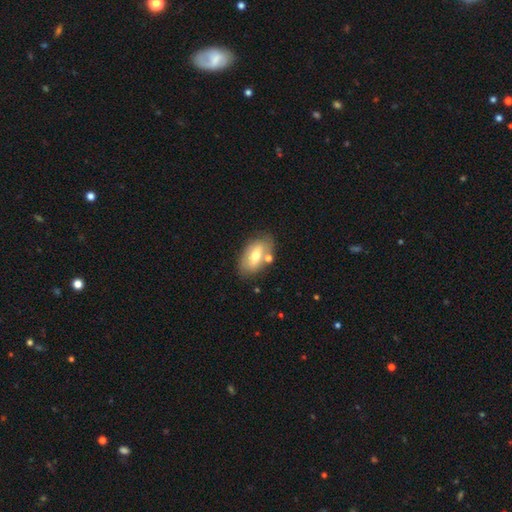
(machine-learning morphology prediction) A smooth galaxy with no disk features (54%) that is in between round and cigar-shaped (89%). Merging: none (70%).